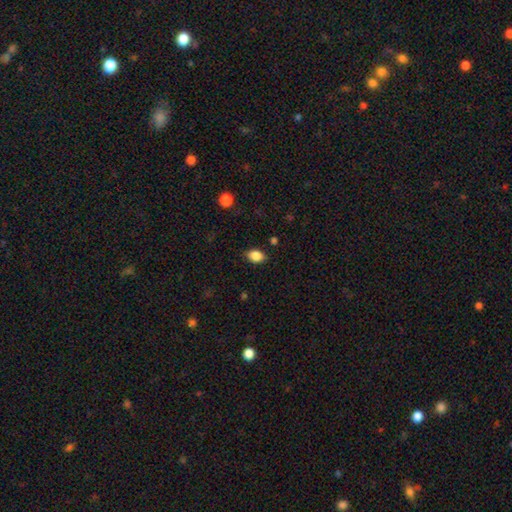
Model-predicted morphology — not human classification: Smooth or featured?
  - smooth: 87% *
  - star or artifact: 9%
  - featured or disk: 4%
How rounded?
  - in between: 80% *
  - round: 18%
  - cigar-shaped: 1%
Merging?
  - none: 85% *
  - minor disturbance: 11%
  - major disturbance: 3%
  - merger: 1%